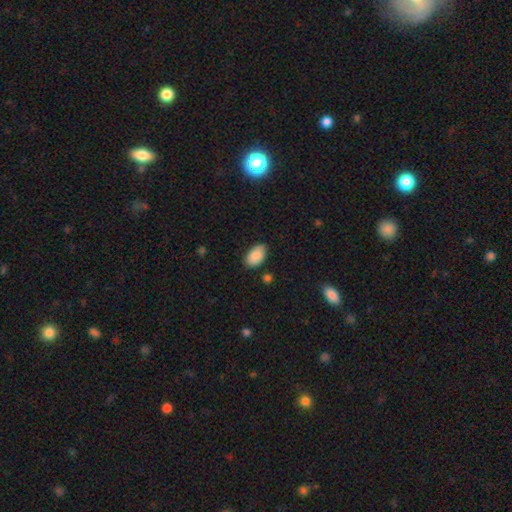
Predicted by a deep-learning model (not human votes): Overall: smooth (86%). How rounded: in between (93%). Merging: none (77%).